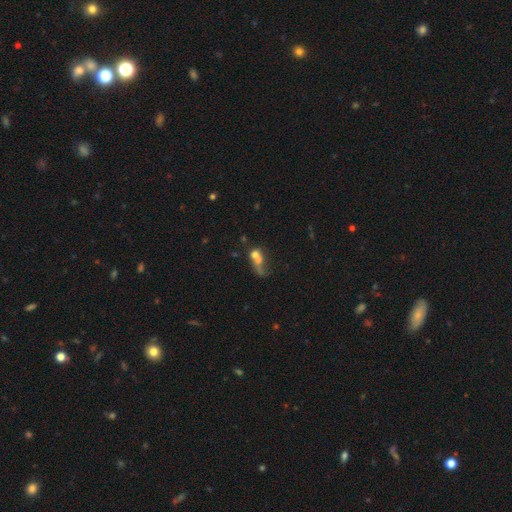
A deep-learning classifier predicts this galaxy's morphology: smooth 53%, featured or disk 32%, star or artifact 15%. Down the decision tree: how rounded — round (50%); merging — merger (52%).